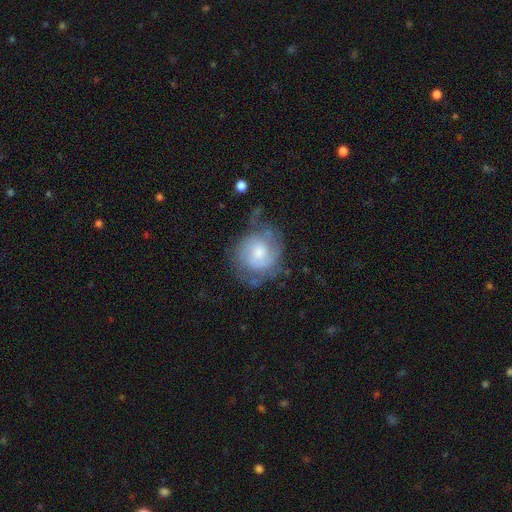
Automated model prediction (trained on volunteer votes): A featured or disk galaxy (63%) with no bar (67%), 2 (44%) tight (56%) spiral arms (83%) and a moderate central bulge (52%).

Vote fractions:
- Smooth or featured? featured or disk: 63% / smooth: 27% / star or artifact: 10%
- Edge-on disk? no: 97% / yes: 3%
- Bar? no: 67% / weak: 28% / strong: 5%
- Spiral arms? yes: 83% / no: 17%
- Spiral winding? tight: 56% / medium: 33% / loose: 11%
- Spiral arm count? 2: 44% / can't tell: 37% / 3: 9% / 1: 4% / 4: 3% / more than 4: 3%
- Bulge size? moderate: 52% / small: 34% / large: 9% / none: 3% / dominant: 2%
- Merging? none: 65% / minor disturbance: 22% / major disturbance: 11% / merger: 2%